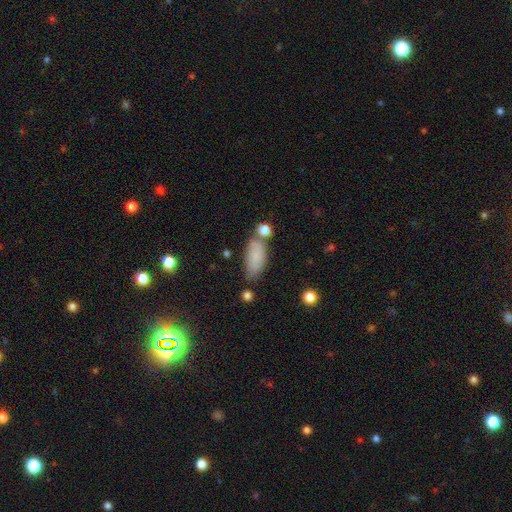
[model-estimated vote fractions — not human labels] smooth_or_featured: smooth (p=0.82) [alt: featured or disk p=0.09]
how_rounded: in between (p=0.84) [alt: cigar-shaped p=0.13]
merging: none (p=0.58) [alt: minor disturbance p=0.23]